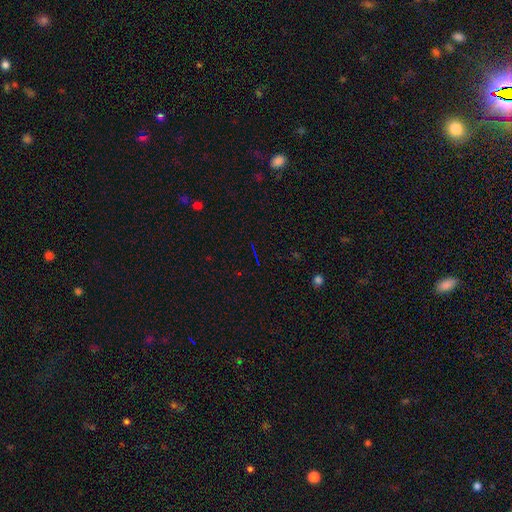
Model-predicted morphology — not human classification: A star or artifact, not a galaxy (73%).